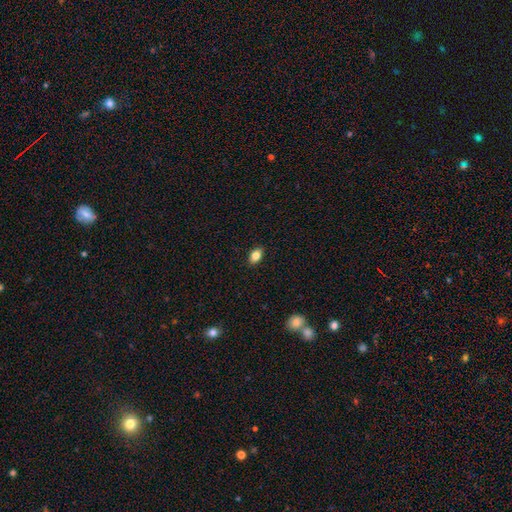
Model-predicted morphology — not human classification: Smooth or featured?
  - smooth: 82% *
  - featured or disk: 9%
  - star or artifact: 9%
How rounded?
  - in between: 85% *
  - round: 12%
  - cigar-shaped: 3%
Merging?
  - none: 89% *
  - minor disturbance: 8%
  - major disturbance: 2%
  - merger: 1%